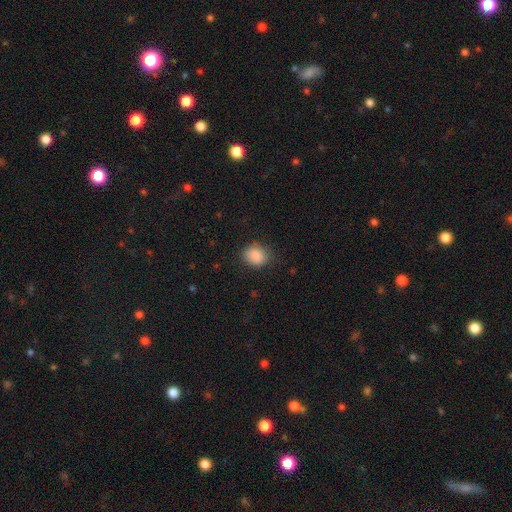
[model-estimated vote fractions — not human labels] A smooth galaxy with no disk features (88%) that is round (55%).

Vote fractions:
- Smooth or featured? smooth: 88% / star or artifact: 8% / featured or disk: 4%
- How rounded? round: 55% / in between: 44% / cigar-shaped: 1%
- Merging? none: 76% / minor disturbance: 18% / major disturbance: 5% / merger: 1%